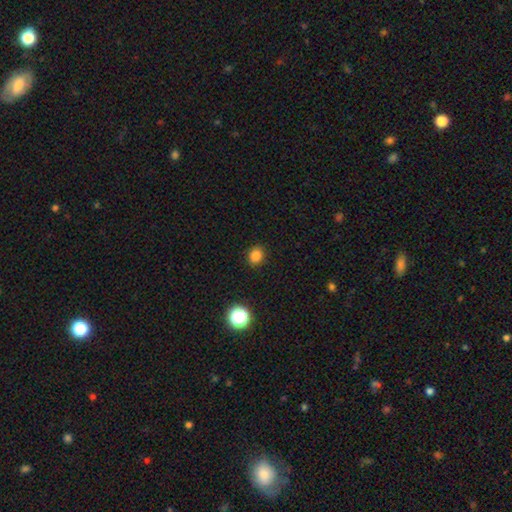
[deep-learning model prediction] Smooth or featured?
  - smooth: 83% *
  - star or artifact: 13%
  - featured or disk: 4%
How rounded?
  - round: 72% *
  - in between: 27%
  - cigar-shaped: 1%
Merging?
  - none: 90% *
  - minor disturbance: 7%
  - major disturbance: 2%
  - merger: 1%